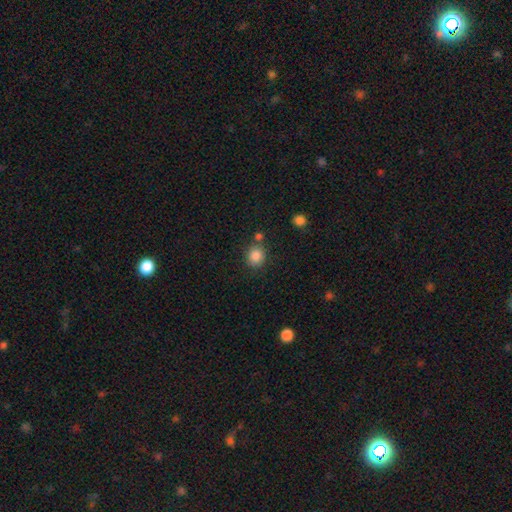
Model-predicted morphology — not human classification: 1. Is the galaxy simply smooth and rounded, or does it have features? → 85% smooth, 10% star or artifact, 4% featured or disk.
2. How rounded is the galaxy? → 80% round, 19% in between, 1% cigar-shaped.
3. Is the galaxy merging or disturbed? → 75% none, 11% minor disturbance, 11% merger, 4% major disturbance.